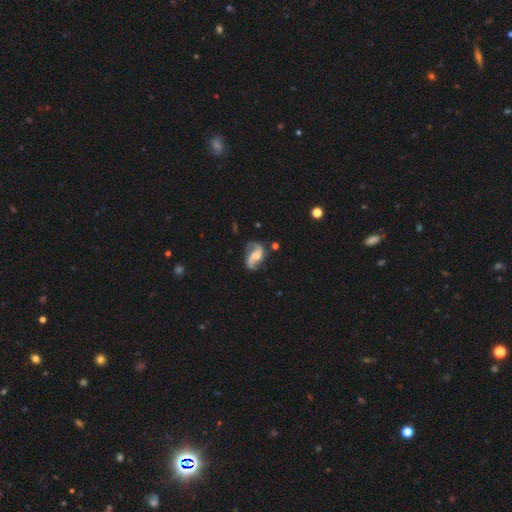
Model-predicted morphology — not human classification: A featured or disk galaxy (86%) with no bar (48%), 2 (92%) loose (60%) spiral arms (96%) and a moderate central bulge (56%). Merging: none (68%).